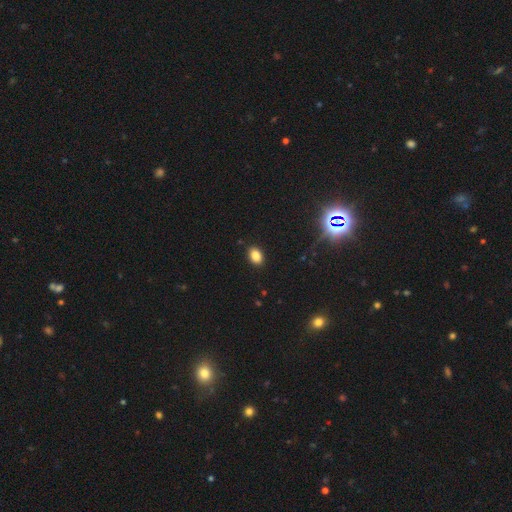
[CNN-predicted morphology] Overall: smooth (85%). How rounded: in between (78%). Merging: none (89%).